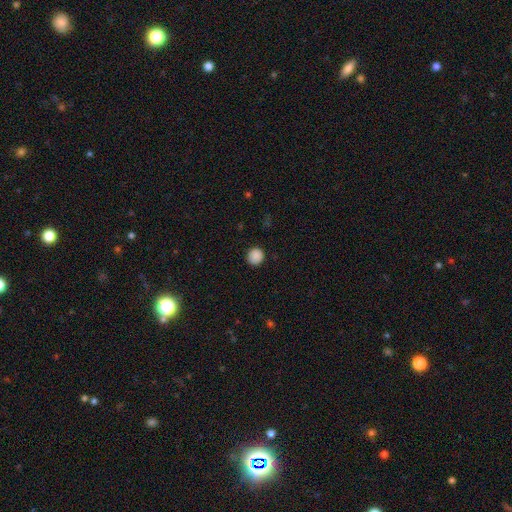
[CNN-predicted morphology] Smooth or featured: smooth — 88% (star or artifact — 9%)
How rounded: round — 92% (in between — 7%)
Merging: none — 91% (minor disturbance — 6%)